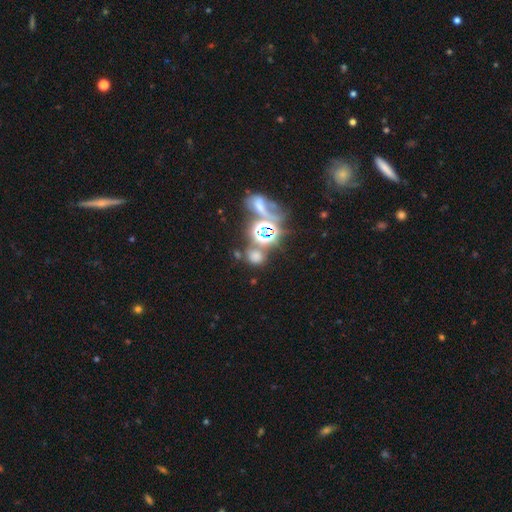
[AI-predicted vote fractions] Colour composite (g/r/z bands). It shows a star or artifact, not a galaxy (46%).